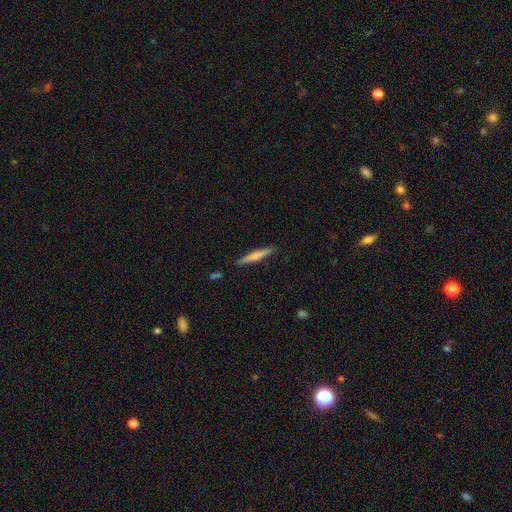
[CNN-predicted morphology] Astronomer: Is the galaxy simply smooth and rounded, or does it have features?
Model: smooth — 51% (runner-up: featured or disk, 43%).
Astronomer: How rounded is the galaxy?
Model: cigar-shaped — 93%.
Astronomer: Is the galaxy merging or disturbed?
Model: none — 89%.